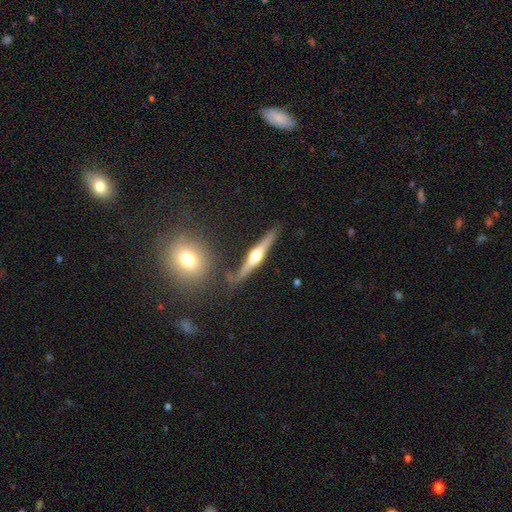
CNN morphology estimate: A featured or disk galaxy (76%) viewed edge-on (97%) with a rounded central bulge (93%). Merging: none (83%).